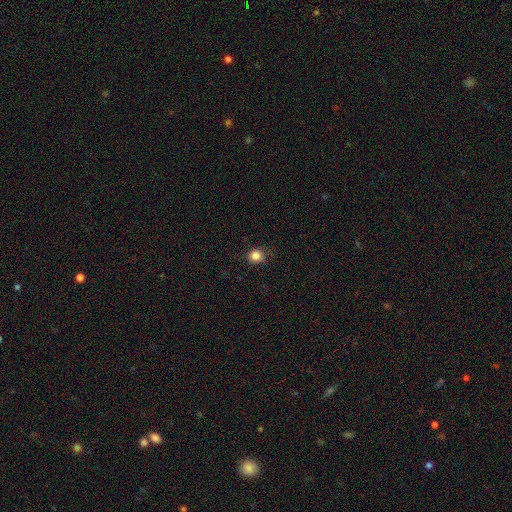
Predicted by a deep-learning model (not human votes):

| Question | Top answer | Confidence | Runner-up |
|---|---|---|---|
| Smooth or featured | smooth | 84% | star or artifact (12%) |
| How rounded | round | 84% | in between (15%) |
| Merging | none | 82% | minor disturbance (13%) |